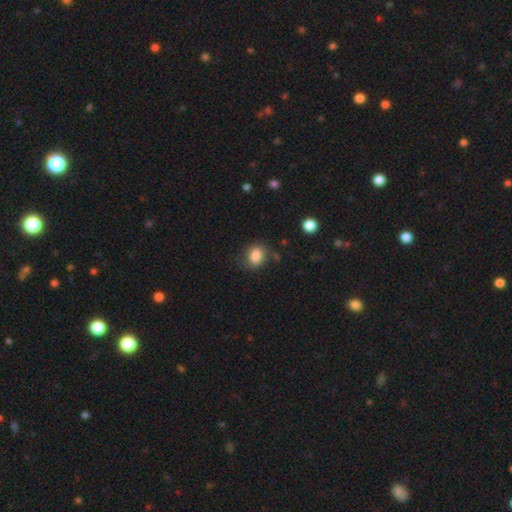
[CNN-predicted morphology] This appears to be a smooth galaxy with no disk features (85%) that is in between round and cigar-shaped (51%). Merging: none (76%).